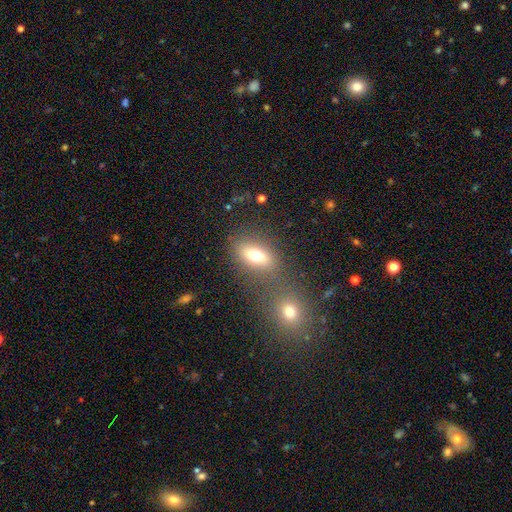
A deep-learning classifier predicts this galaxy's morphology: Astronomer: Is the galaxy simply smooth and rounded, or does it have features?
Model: smooth — 70%.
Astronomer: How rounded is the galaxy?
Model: in between — 77%.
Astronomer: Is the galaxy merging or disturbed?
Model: none — 64%.